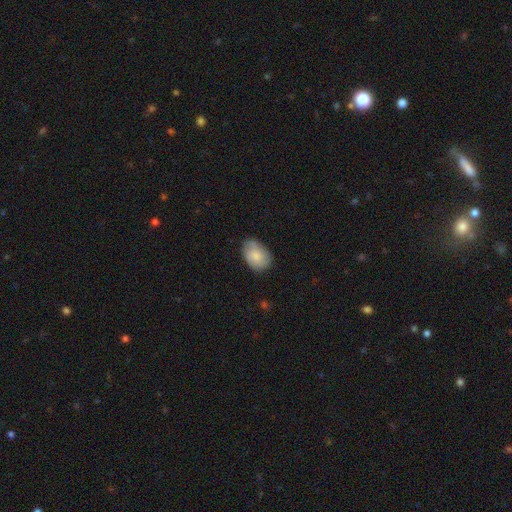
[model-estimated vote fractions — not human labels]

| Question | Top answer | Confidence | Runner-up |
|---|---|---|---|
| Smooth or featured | smooth | 76% | featured or disk (18%) |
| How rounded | in between | 83% | round (16%) |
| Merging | none | 74% | minor disturbance (21%) |